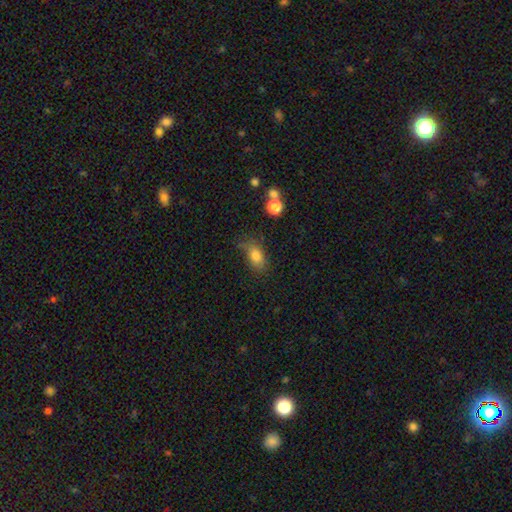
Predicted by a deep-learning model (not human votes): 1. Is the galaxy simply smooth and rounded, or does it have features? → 80% smooth, 10% featured or disk, 10% star or artifact.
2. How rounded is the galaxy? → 85% in between, 11% round, 3% cigar-shaped.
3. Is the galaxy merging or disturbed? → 57% none, 27% minor disturbance, 11% major disturbance, 5% merger.